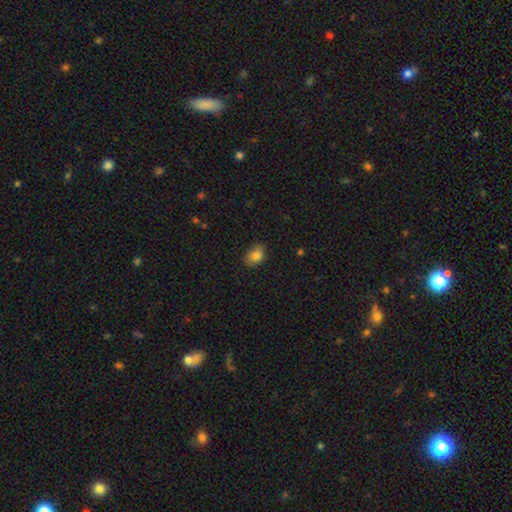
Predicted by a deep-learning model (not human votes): This is clearly a smooth galaxy (84%). How rounded: likely in between (73%). Merging: likely none (77%).